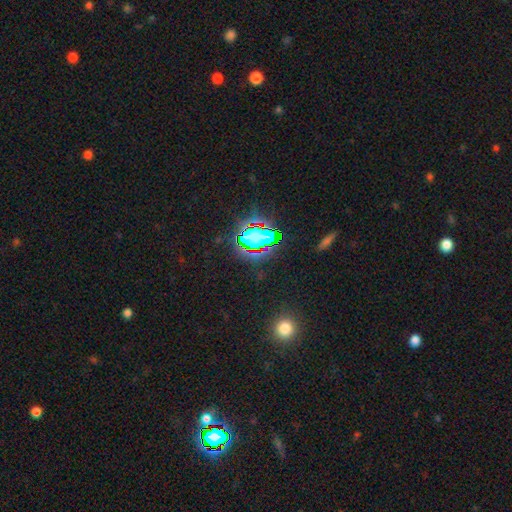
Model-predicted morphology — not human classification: Overall: star or artifact (75%).